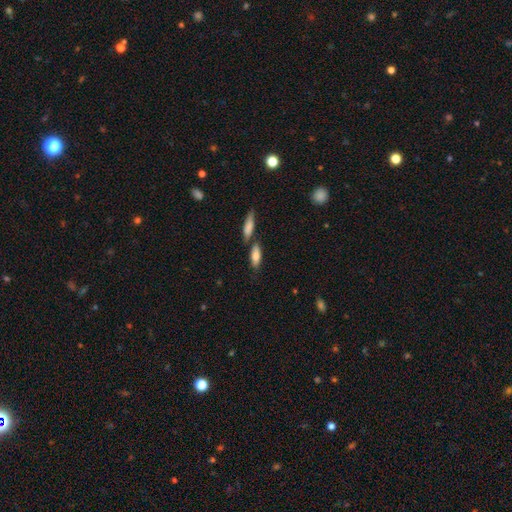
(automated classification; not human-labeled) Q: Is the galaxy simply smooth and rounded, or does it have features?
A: smooth — 77%.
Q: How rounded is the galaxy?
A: in between — 68%.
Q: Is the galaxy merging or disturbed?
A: none — 57%.